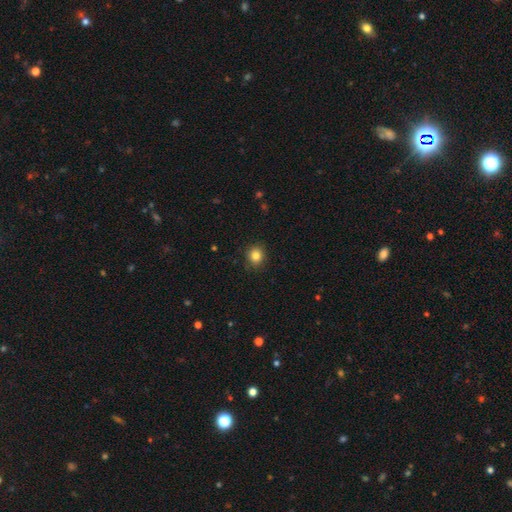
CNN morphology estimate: A smooth galaxy with no disk features (83%) that is round (85%).

Vote fractions:
- Smooth or featured? smooth: 83% / star or artifact: 11% / featured or disk: 5%
- How rounded? round: 85% / in between: 14% / cigar-shaped: 1%
- Merging? none: 89% / minor disturbance: 8% / major disturbance: 2% / merger: 1%